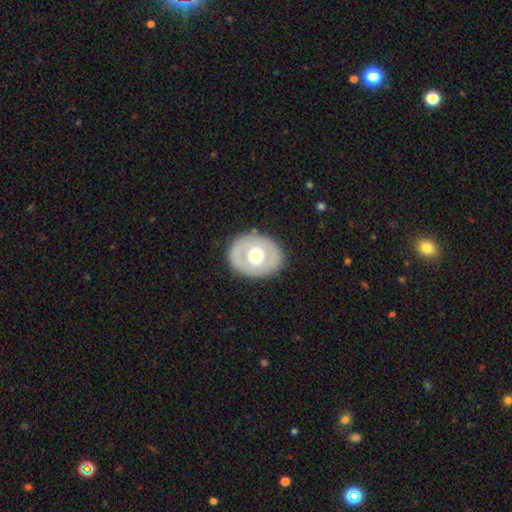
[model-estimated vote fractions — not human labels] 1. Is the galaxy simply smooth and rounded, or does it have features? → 48% smooth, 46% featured or disk, 6% star or artifact.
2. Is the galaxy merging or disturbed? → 84% none, 11% minor disturbance, 4% major disturbance, 1% merger.